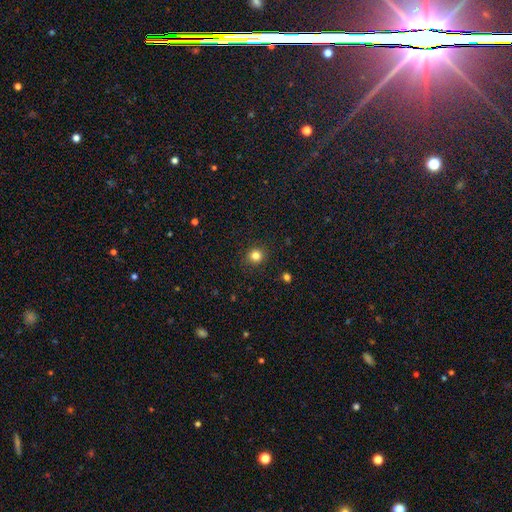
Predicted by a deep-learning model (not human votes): Smooth or featured: smooth — 83% (star or artifact — 12%)
How rounded: round — 89% (in between — 11%)
Merging: none — 90% (minor disturbance — 7%)